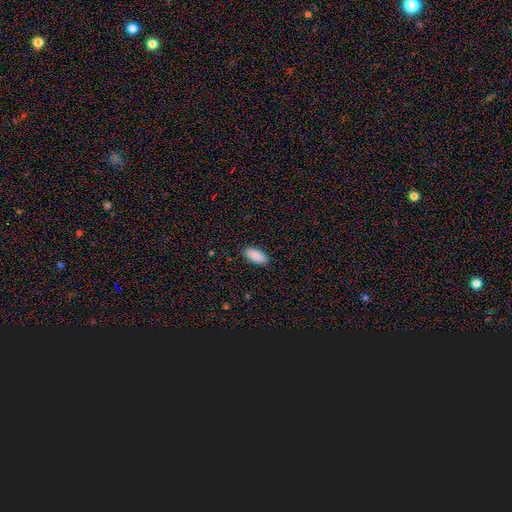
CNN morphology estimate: Smooth or featured? Predicted: smooth (p=0.90). How rounded? Predicted: in between (p=0.92). Merging? Predicted: none (p=0.88).